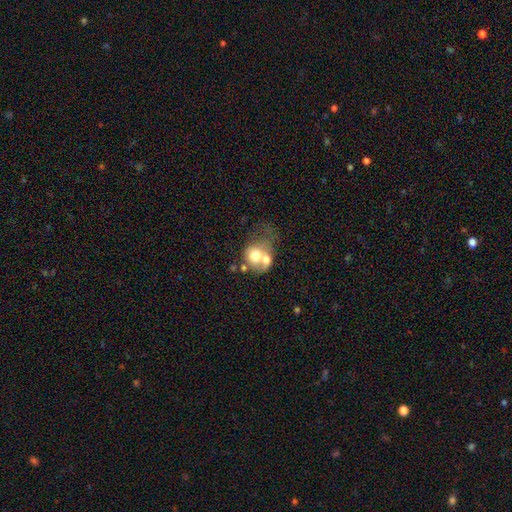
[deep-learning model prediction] Smooth or featured? smooth (61%)
How rounded? round (57%)
Merging? merger (62%)